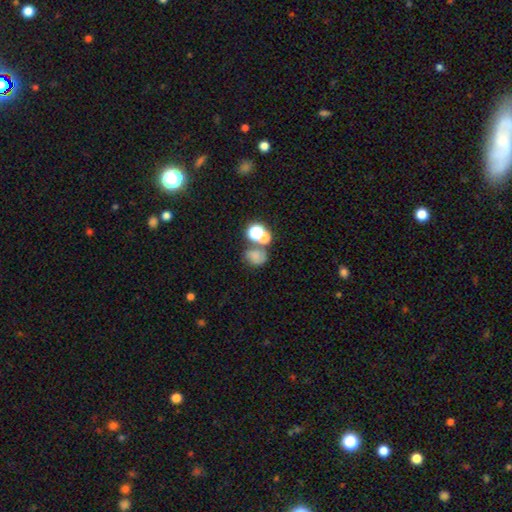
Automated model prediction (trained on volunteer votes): The model was most divided on "merging": merger: 41%, none: 36%, minor disturbance: 13%, major disturbance: 10%. More confident: how rounded — round (57%); smooth or featured — smooth (56%).